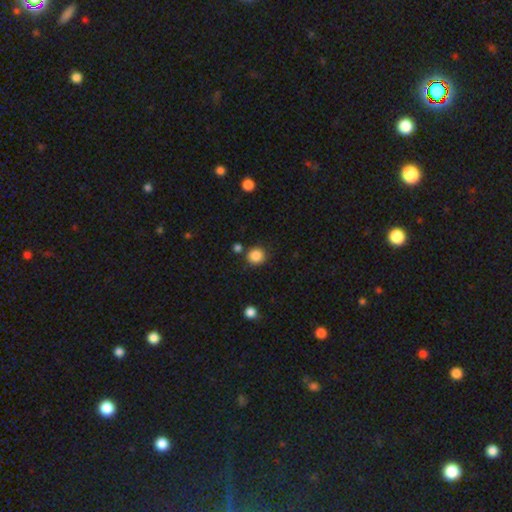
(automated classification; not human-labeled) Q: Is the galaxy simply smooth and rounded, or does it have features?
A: smooth — 86%.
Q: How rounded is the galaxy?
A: round — 91%.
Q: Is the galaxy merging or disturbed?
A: none — 82%.